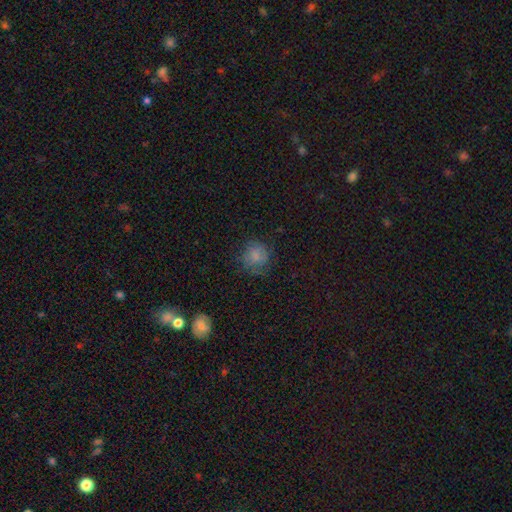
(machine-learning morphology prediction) Q: Smooth or featured?
A: smooth (74%); runner-up: featured or disk (14%)
Q: How rounded?
A: round (86%); runner-up: in between (13%)
Q: Merging?
A: none (68%); runner-up: minor disturbance (20%)